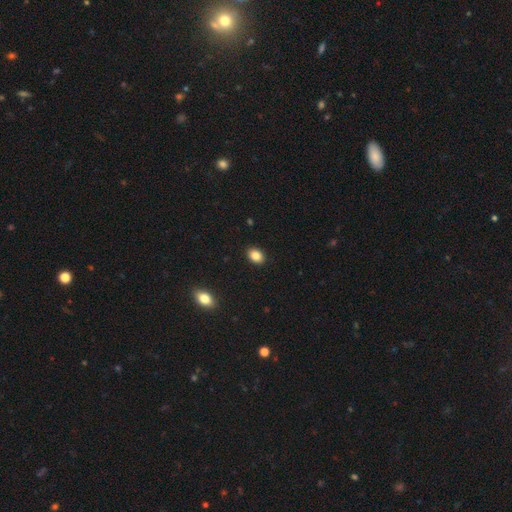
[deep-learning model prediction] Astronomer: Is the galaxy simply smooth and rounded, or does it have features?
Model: smooth — 86%.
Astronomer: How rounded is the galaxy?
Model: in between — 76%.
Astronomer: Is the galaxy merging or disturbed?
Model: none — 91%.